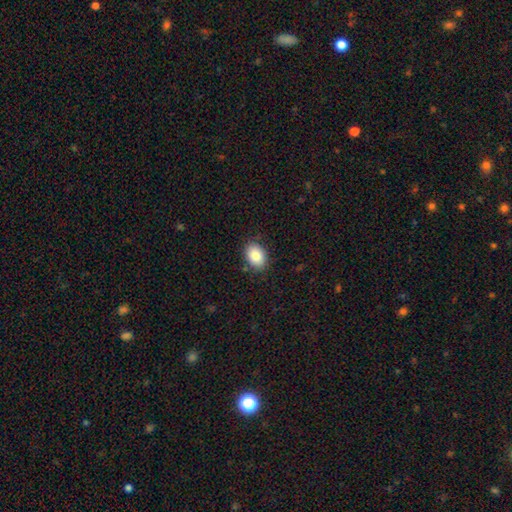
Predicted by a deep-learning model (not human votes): Morphology: type=smooth (84%); roundness=in between (77%); merging=none (84%).